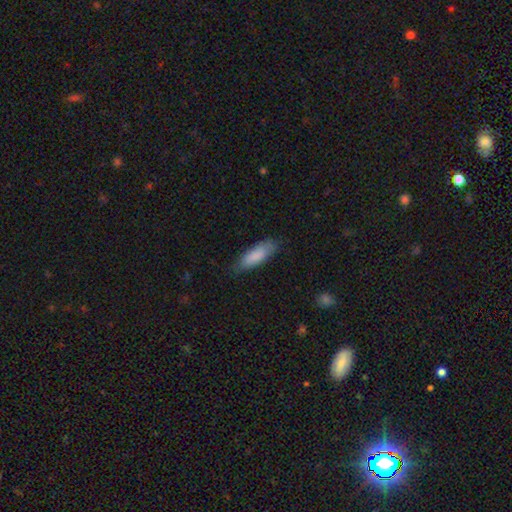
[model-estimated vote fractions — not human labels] A smooth galaxy with no disk features (86%) that is in between round and cigar-shaped (62%). Merging: none (78%).